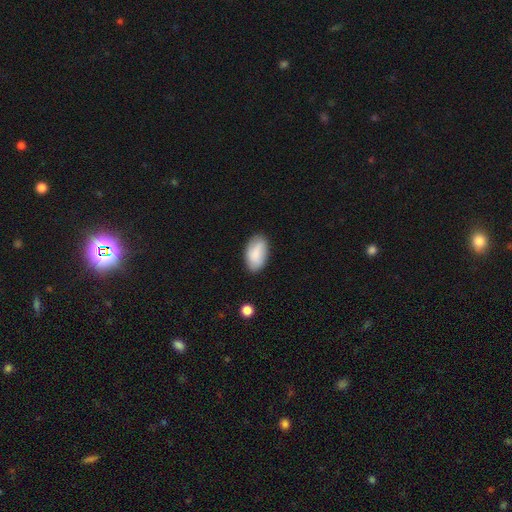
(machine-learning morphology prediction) smooth 83%, featured or disk 11%, star or artifact 6%. Down the decision tree: how rounded — in between (95%); merging — none (80%).